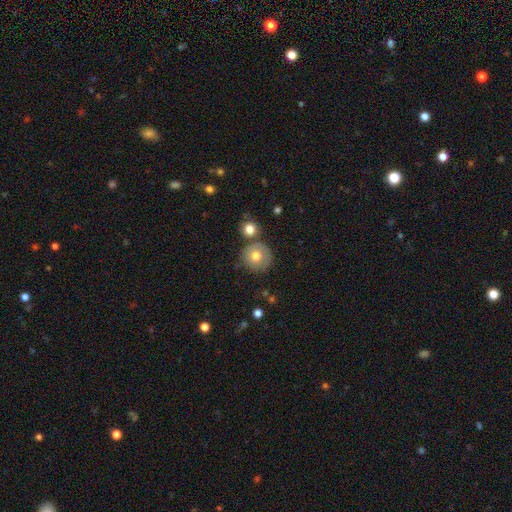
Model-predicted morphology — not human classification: Q: Smooth or featured?
A: smooth (72%); runner-up: featured or disk (19%)
Q: How rounded?
A: round (93%); runner-up: in between (6%)
Q: Merging?
A: none (71%); runner-up: minor disturbance (13%)